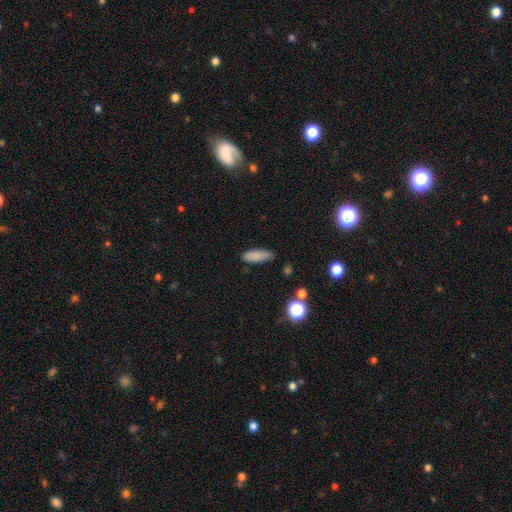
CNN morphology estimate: smooth_or_featured: smooth (p=0.84) [alt: star or artifact p=0.09]
how_rounded: in between (p=0.61) [alt: cigar-shaped p=0.36]
merging: none (p=0.72) [alt: minor disturbance p=0.22]